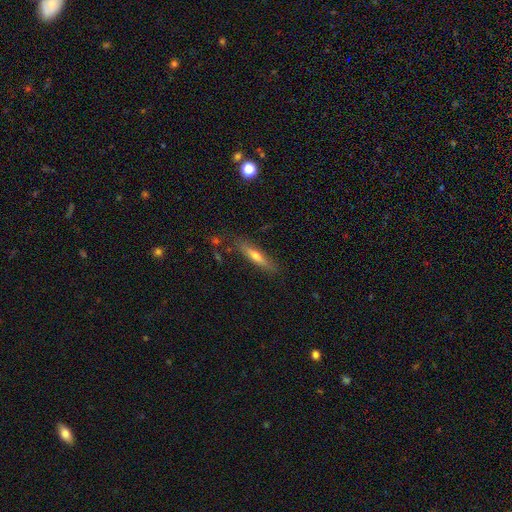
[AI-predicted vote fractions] Morphology: type=smooth (50%); merging=none (82%).